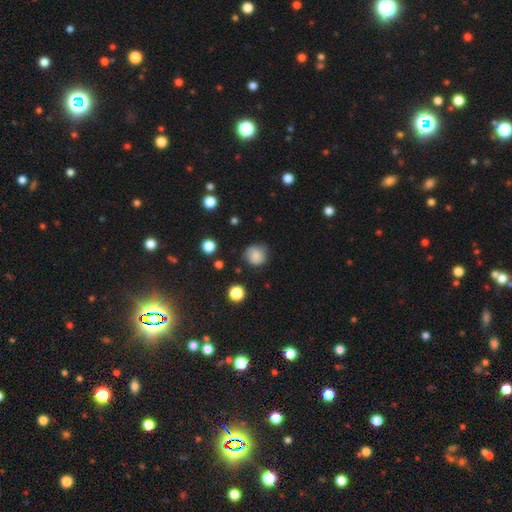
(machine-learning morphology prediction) Overall: smooth (83%). How rounded: round (87%). Merging: none (72%).